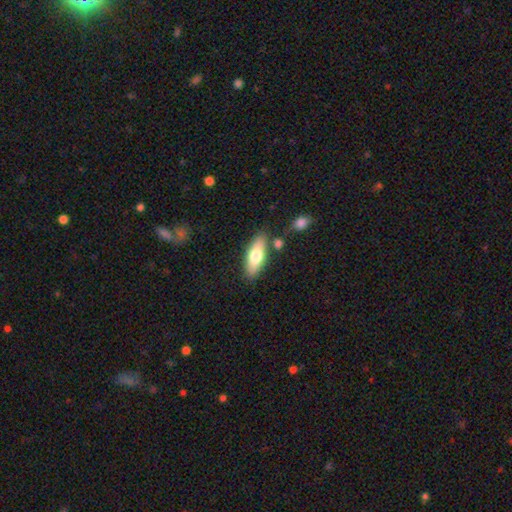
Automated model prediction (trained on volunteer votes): Smooth or featured? Predicted: smooth (p=0.67). How rounded? Predicted: in between (p=0.65). Merging? Predicted: none (p=0.81).